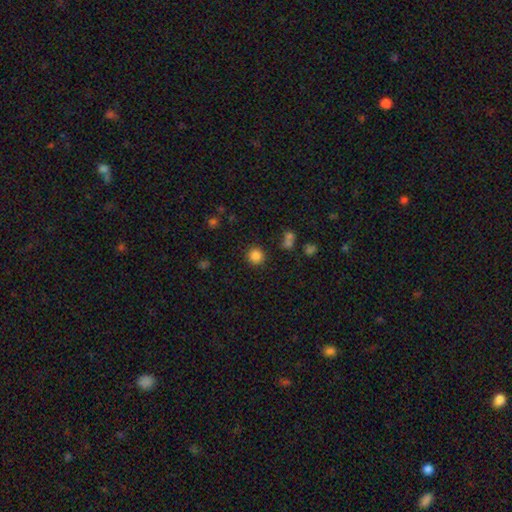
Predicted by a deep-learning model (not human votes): Smooth or featured? smooth (84%)
How rounded? round (94%)
Merging? none (87%)